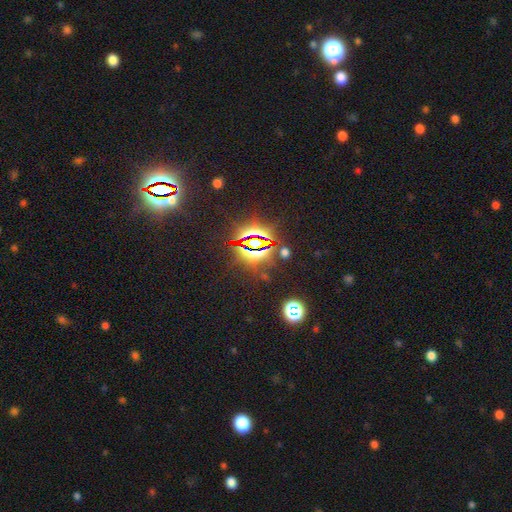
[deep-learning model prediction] This is clearly a star or artifact rather than a galaxy (84%).